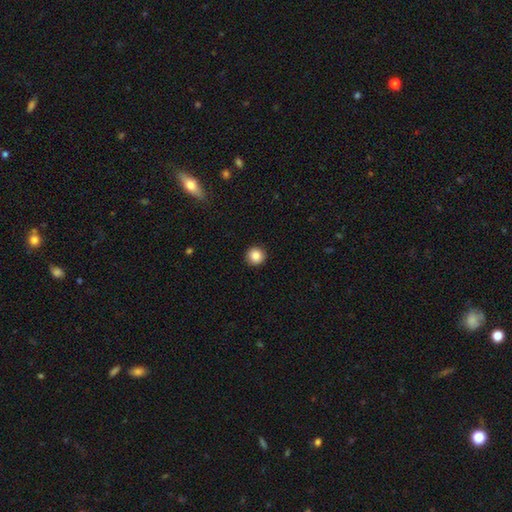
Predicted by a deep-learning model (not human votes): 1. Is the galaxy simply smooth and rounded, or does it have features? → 87% smooth, 9% star or artifact, 4% featured or disk.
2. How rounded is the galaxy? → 95% round, 4% in between, 1% cigar-shaped.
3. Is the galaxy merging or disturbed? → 93% none, 5% minor disturbance, 2% major disturbance, 1% merger.